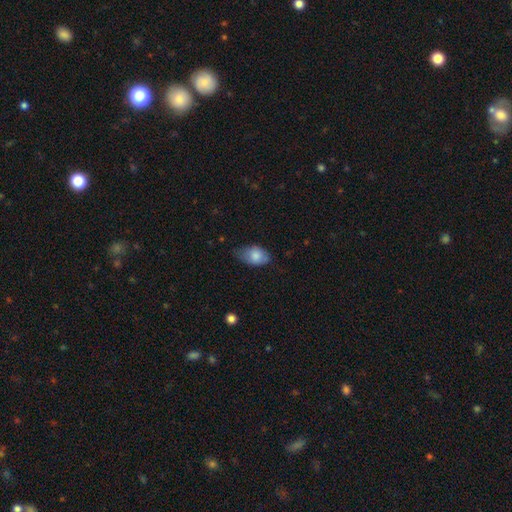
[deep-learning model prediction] smooth_or_featured: smooth (p=0.82) [alt: featured or disk p=0.11]
how_rounded: in between (p=0.87) [alt: round p=0.11]
merging: none (p=0.49) [alt: minor disturbance p=0.40]